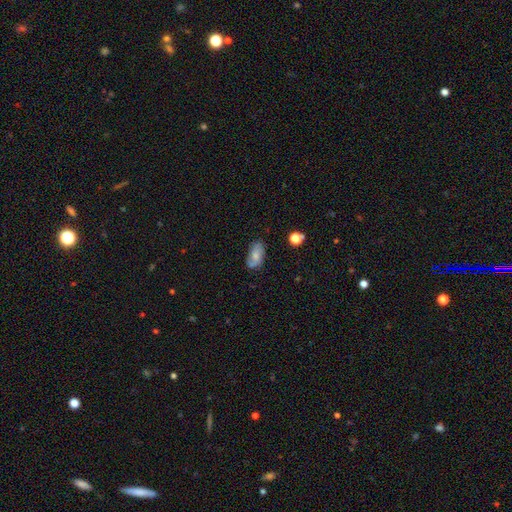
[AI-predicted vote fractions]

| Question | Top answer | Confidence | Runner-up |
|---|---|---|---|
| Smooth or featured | smooth | 59% | featured or disk (32%) |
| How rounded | in between | 90% | round (6%) |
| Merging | none | 70% | minor disturbance (22%) |